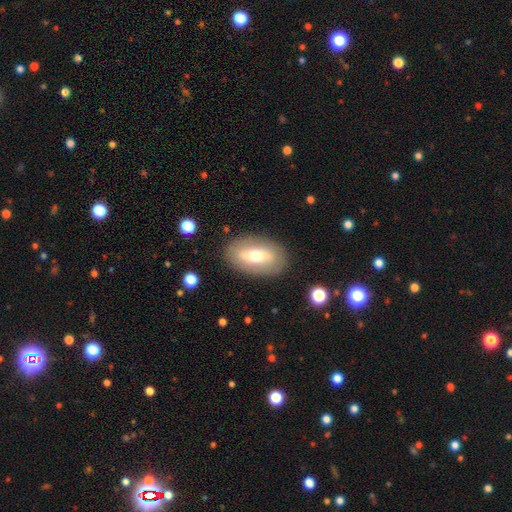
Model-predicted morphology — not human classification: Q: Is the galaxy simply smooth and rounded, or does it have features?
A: smooth — 49%.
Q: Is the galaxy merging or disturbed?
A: none — 84%.